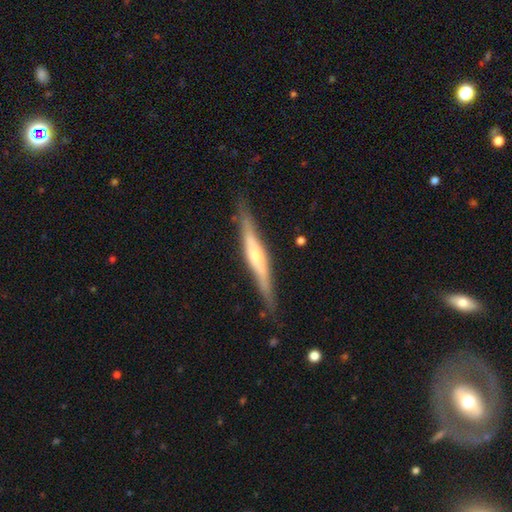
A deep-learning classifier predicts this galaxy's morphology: type=featured or disk (68%); edge-on=yes (95%); edge-on bulge=rounded (76%); merging=none (83%).